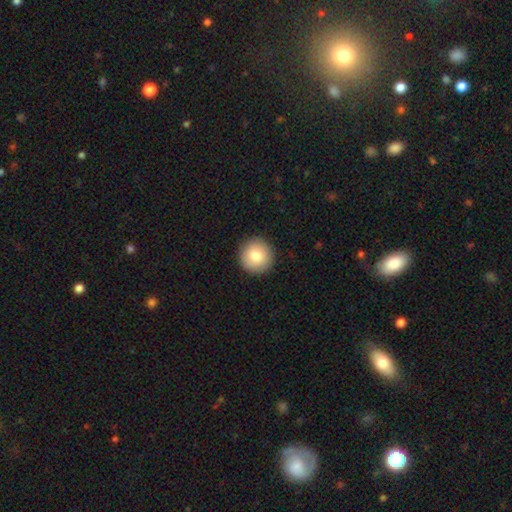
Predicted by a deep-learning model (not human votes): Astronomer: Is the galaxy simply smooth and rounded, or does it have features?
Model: smooth — 83%.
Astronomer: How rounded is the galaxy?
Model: round — 95%.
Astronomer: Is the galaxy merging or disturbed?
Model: none — 92%.